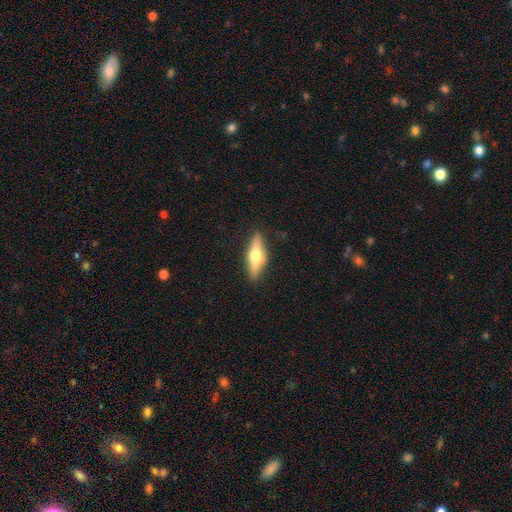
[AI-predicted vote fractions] smooth_or_featured: smooth (p=0.49) [alt: featured or disk p=0.45]
merging: none (p=0.85) [alt: minor disturbance p=0.11]